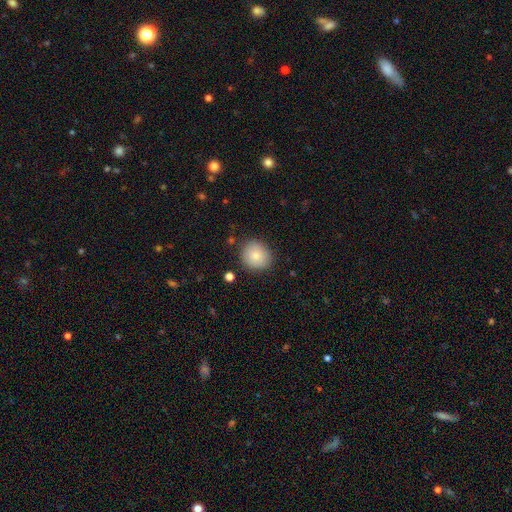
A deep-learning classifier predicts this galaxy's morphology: The model was most divided on "how rounded": round: 87%, in between: 12%, cigar-shaped: 1%. More confident: merging — none (85%); smooth or featured — smooth (83%).